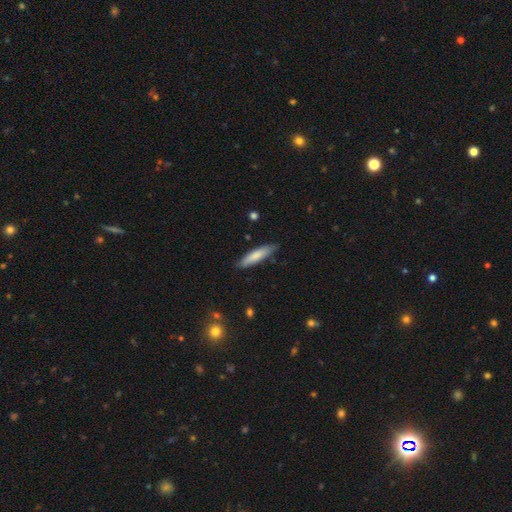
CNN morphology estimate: smooth_or_featured: smooth (p=0.78) [alt: featured or disk p=0.16]
how_rounded: cigar-shaped (p=0.75) [alt: in between p=0.23]
merging: none (p=0.81) [alt: minor disturbance p=0.15]